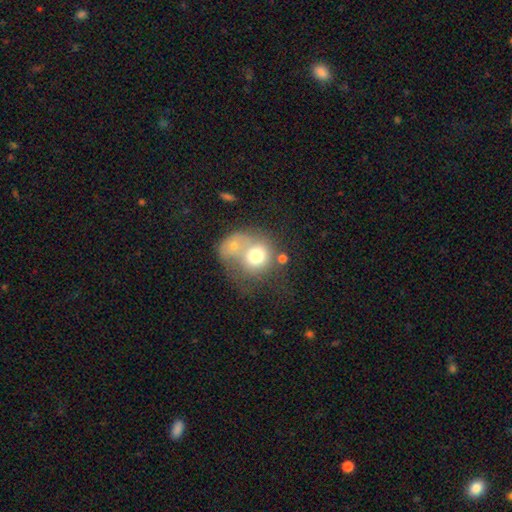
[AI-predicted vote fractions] The model was most divided on "merging": merger: 54%, none: 19%, major disturbance: 17%, minor disturbance: 10%. More confident: how rounded — round (76%); smooth or featured — smooth (65%).